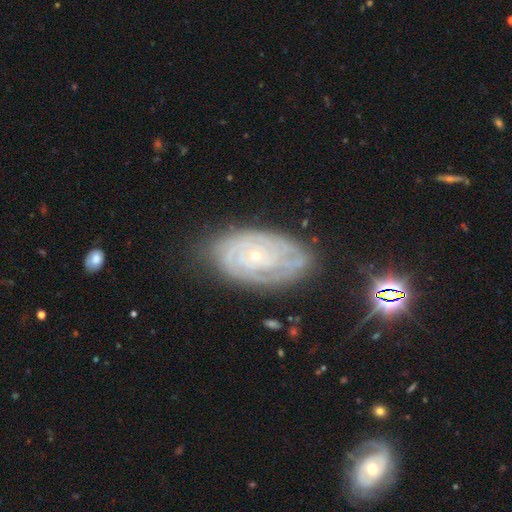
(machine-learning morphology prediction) A featured or disk galaxy (82%) with no bar (80%), tight (79%) spiral arms (93%) and a small central bulge (84%). Merging: none (71%).